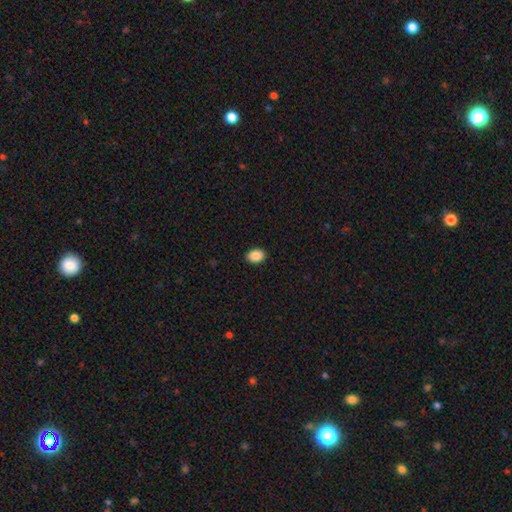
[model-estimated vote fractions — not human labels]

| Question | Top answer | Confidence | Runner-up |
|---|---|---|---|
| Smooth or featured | smooth | 88% | star or artifact (8%) |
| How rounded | in between | 73% | round (26%) |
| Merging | none | 90% | minor disturbance (7%) |